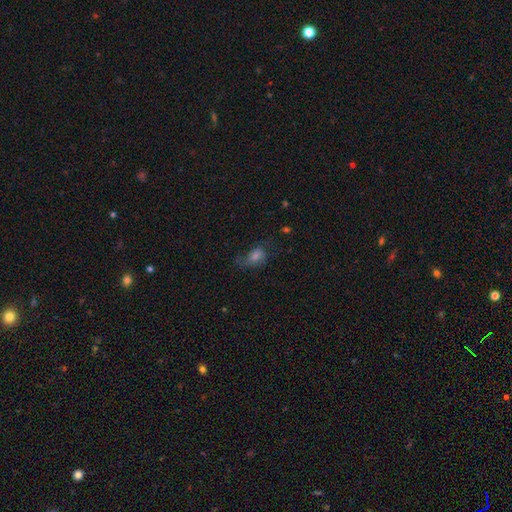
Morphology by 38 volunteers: A smooth galaxy with no disk features (79%) that is in between round and cigar-shaped (87%).

Vote fractions:
- Smooth or featured? smooth: 79% / featured or disk: 13% / star or artifact: 8%
- How rounded? in between: 87% / round: 13% / cigar-shaped: 0%
- Merging? minor disturbance: 34% (tied) / major disturbance: 34% (tied) / none: 31% / merger: 0%